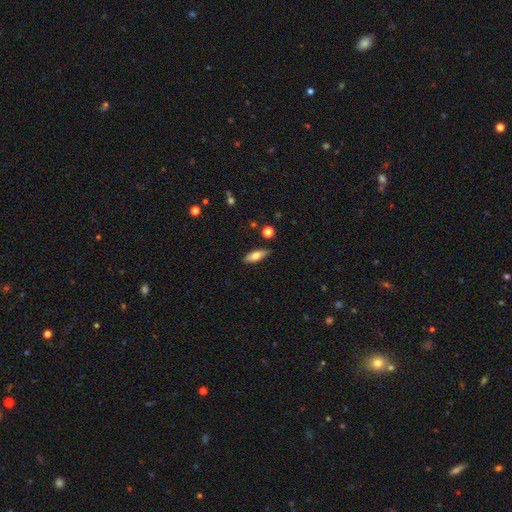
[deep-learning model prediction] Smooth or featured?
  - smooth: 67% *
  - featured or disk: 26%
  - star or artifact: 7%
How rounded?
  - in between: 62% *
  - cigar-shaped: 35%
  - round: 3%
Merging?
  - none: 86% *
  - minor disturbance: 10%
  - major disturbance: 2%
  - merger: 2%